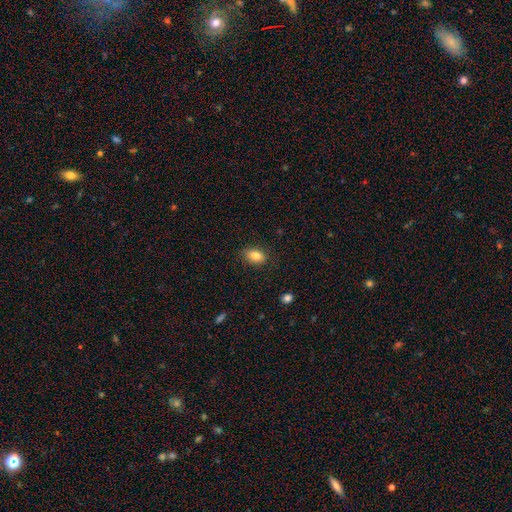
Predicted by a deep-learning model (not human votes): Smooth or featured: smooth — 82% (featured or disk — 9%)
How rounded: in between — 83% (round — 15%)
Merging: none — 84% (minor disturbance — 12%)